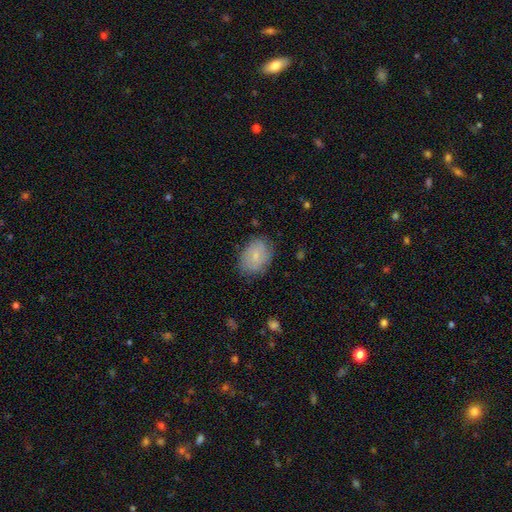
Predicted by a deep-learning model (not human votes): This appears to be a smooth galaxy with no disk features (66%) that is in between round and cigar-shaped (73%). Merging: none (77%).